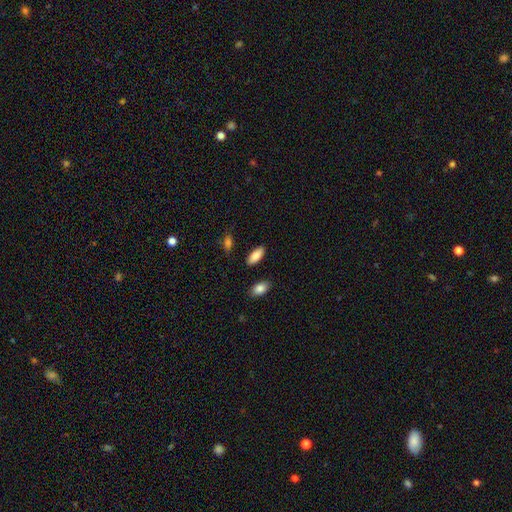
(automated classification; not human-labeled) Smooth or featured: smooth — 88% (star or artifact — 6%)
How rounded: in between — 85% (cigar-shaped — 13%)
Merging: none — 87% (minor disturbance — 9%)